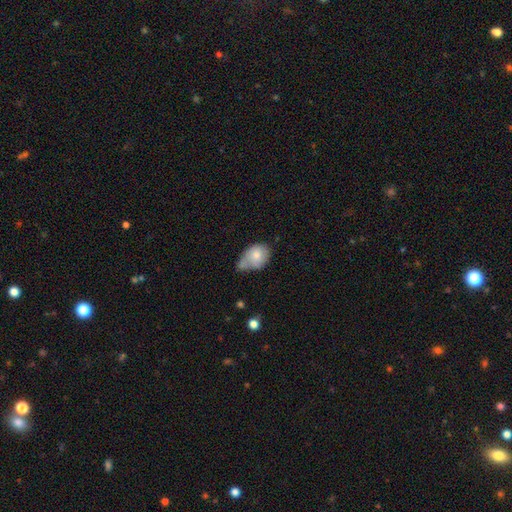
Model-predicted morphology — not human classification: A smooth galaxy with no disk features (75%) that is in between round and cigar-shaped (73%).

Vote fractions:
- Smooth or featured? smooth: 75% / featured or disk: 18% / star or artifact: 7%
- How rounded? in between: 73% / round: 26% / cigar-shaped: 1%
- Merging? minor disturbance: 37% / none: 26% / merger: 21% / major disturbance: 15%